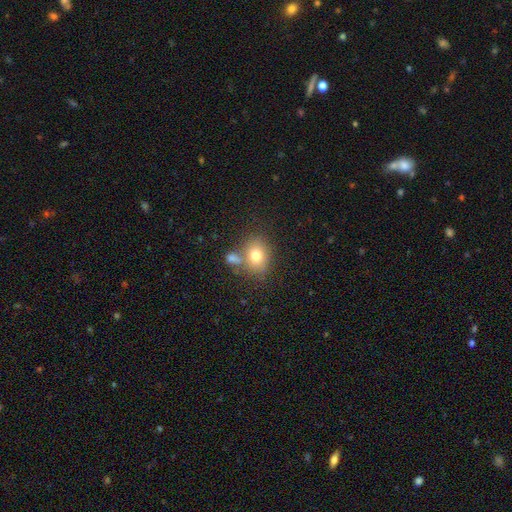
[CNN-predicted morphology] smooth 77%, featured or disk 13%, star or artifact 10%. Down the decision tree: how rounded — in between (57%); merging — none (58%).